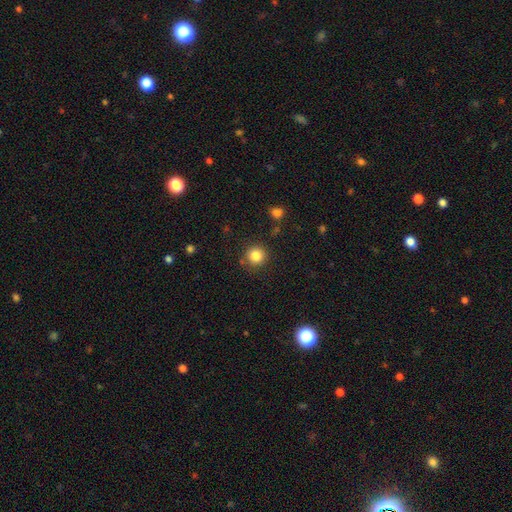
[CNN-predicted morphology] Smooth or featured? Predicted: smooth (p=0.84). How rounded? Predicted: round (p=0.94). Merging? Predicted: none (p=0.86).